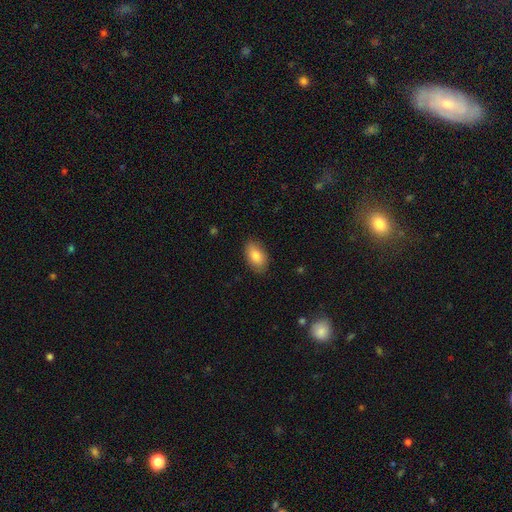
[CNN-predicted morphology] A smooth galaxy with no disk features (84%) that is in between round and cigar-shaped (92%). Merging: none (85%).